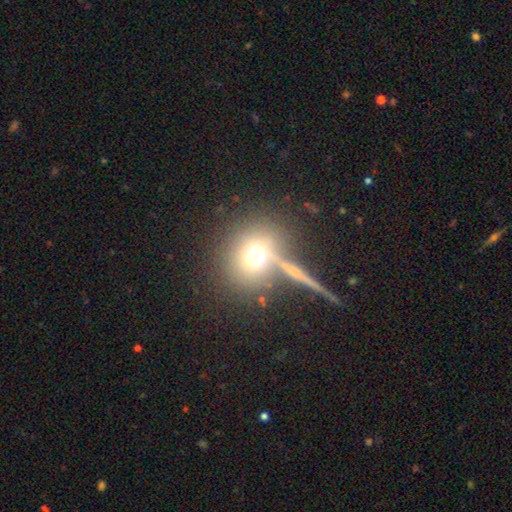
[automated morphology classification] A smooth galaxy with no disk features (63%) that is round (81%). Merging: none (66%).